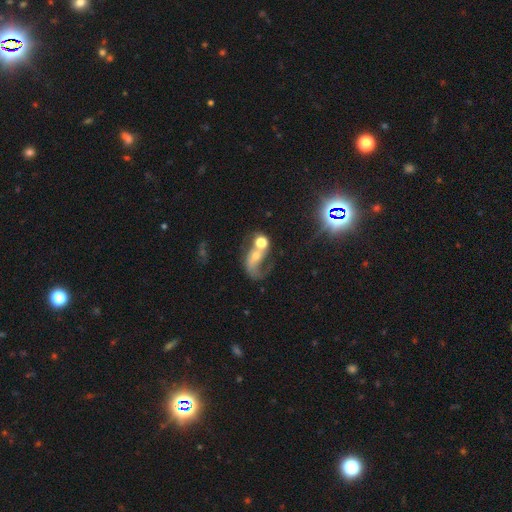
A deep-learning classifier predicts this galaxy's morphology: This is possibly a featured or disk galaxy (59%). It is clearly not viewed edge-on (96%). Bar: likely no (68%). Spiral arm pattern: likely yes (73%). Central bulge: possibly moderate (48%). Merging: possibly merger (45%).